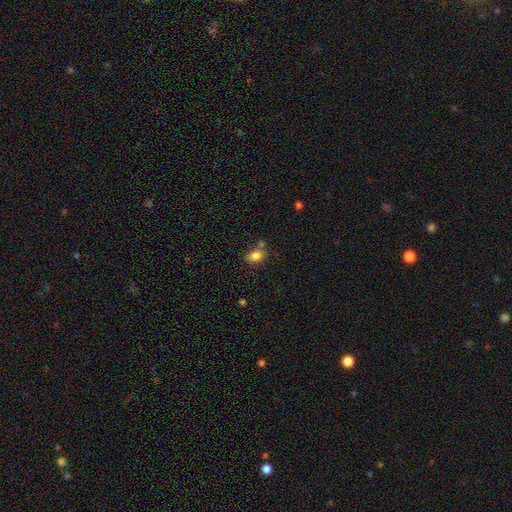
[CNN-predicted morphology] This is clearly a smooth galaxy (83%). How rounded: likely in between (77%). Merging: likely none (66%).